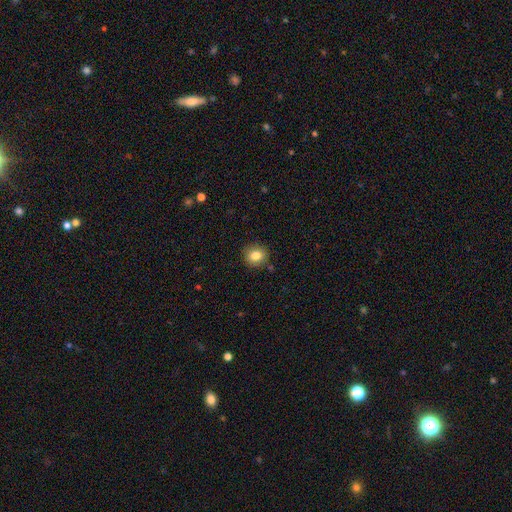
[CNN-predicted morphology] A smooth galaxy with no disk features (83%) that is round (83%). Merging: none (88%).